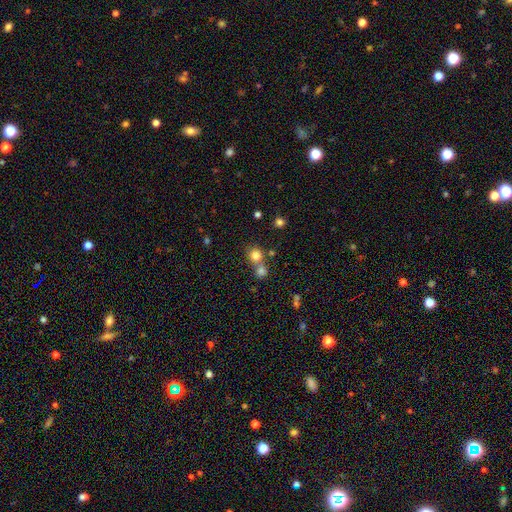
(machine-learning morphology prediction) Overall: smooth (79%). How rounded: round (88%). Merging: none (51%; merger 39%).